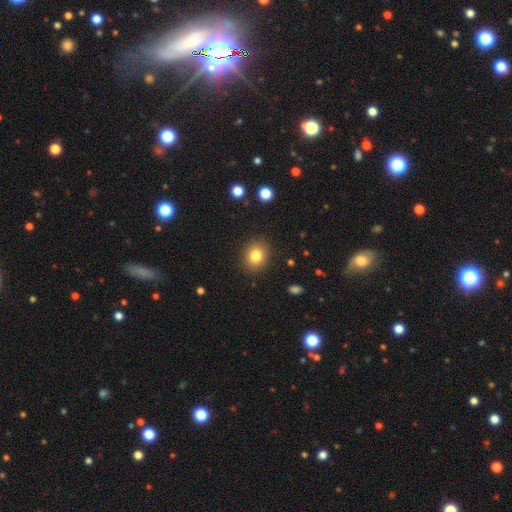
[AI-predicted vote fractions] Smooth or featured?
  - smooth: 82% *
  - star or artifact: 11%
  - featured or disk: 7%
How rounded?
  - round: 67% *
  - in between: 33%
  - cigar-shaped: 1%
Merging?
  - none: 88% *
  - minor disturbance: 8%
  - major disturbance: 3%
  - merger: 1%